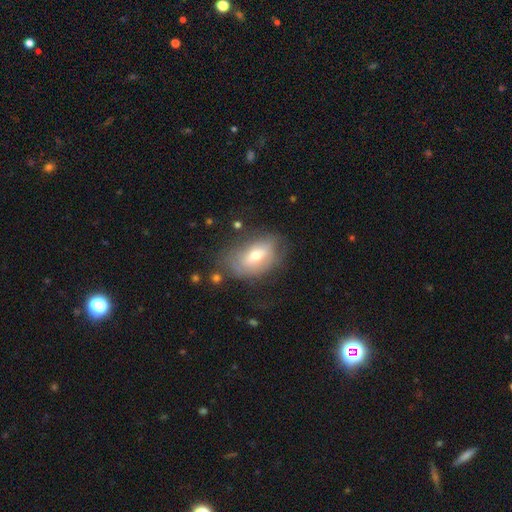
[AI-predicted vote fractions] Overall: smooth (54%; featured or disk 38%). How rounded: in between (89%). Merging: none (57%; minor disturbance 27%).